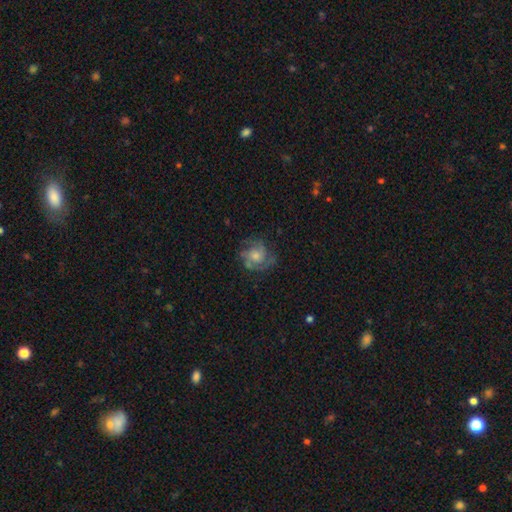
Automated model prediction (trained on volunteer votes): Smooth or featured: featured or disk — 77% (smooth — 14%)
Edge-on disk: no — 98% (yes — 2%)
Bar: no — 71% (weak — 25%)
Spiral arms: yes — 94% (no — 6%)
Spiral winding: tight — 46% (medium — 44%)
Spiral arm count: 3 — 41% (2 — 23%)
Bulge size: moderate — 50% (small — 37%)
Merging: none — 74% (minor disturbance — 16%)